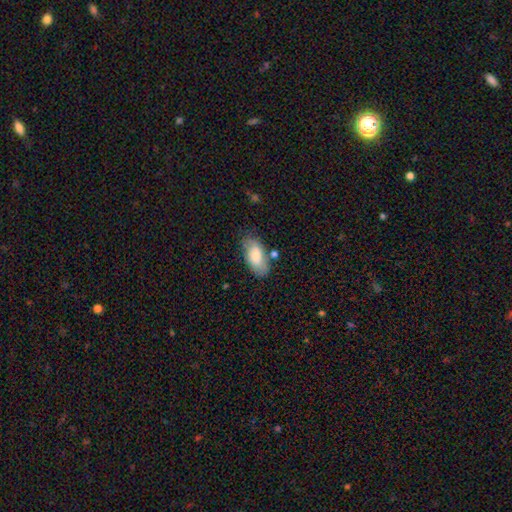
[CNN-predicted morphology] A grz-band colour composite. It shows a smooth galaxy with no disk features (74%) that is in between round and cigar-shaped (92%). Merging: none (70%).